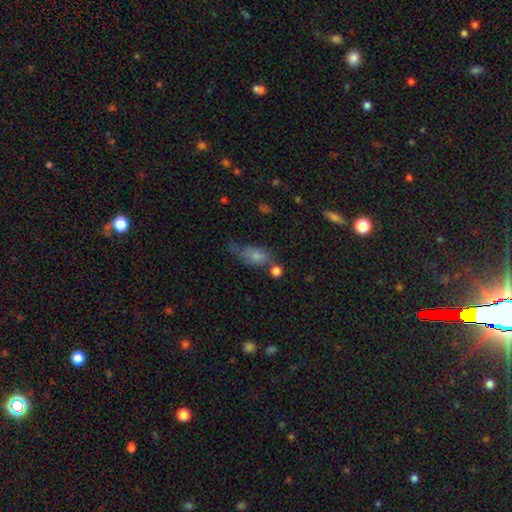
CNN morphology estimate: This is likely a smooth galaxy (75%). How rounded: clearly in between (85%). Merging: marginally none (44%).